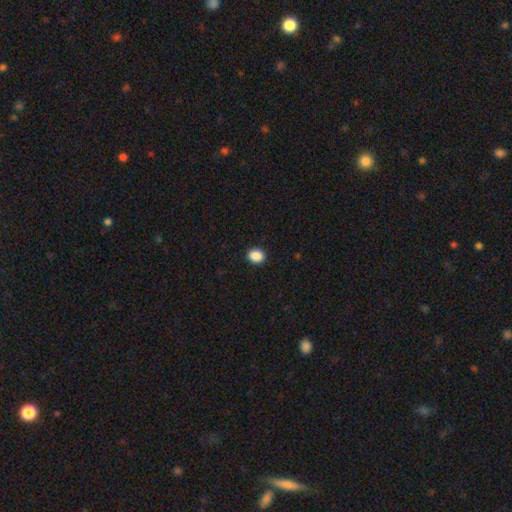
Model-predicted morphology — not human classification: A smooth galaxy with no disk features (88%) that is round (60%).

Vote fractions:
- Smooth or featured? smooth: 88% / star or artifact: 9% / featured or disk: 3%
- How rounded? round: 60% / in between: 39% / cigar-shaped: 1%
- Merging? none: 92% / minor disturbance: 6% / major disturbance: 2% / merger: 1%